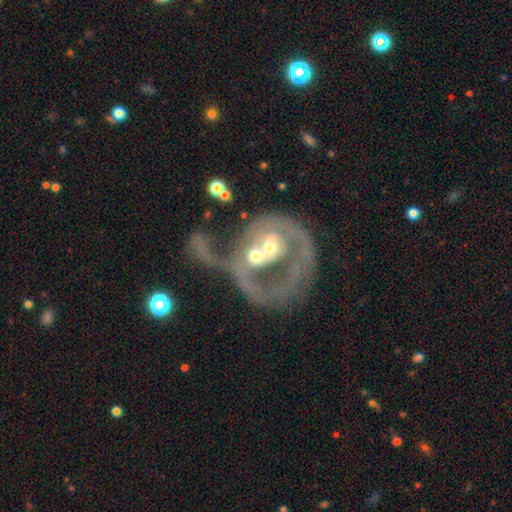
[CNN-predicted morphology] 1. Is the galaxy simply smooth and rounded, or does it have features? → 79% featured or disk, 14% smooth, 7% star or artifact.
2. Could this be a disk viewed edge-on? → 97% no, 3% yes.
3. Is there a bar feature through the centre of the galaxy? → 67% no, 24% weak, 9% strong.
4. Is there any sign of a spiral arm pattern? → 69% yes, 31% no.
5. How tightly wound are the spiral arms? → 37% medium, 36% loose, 27% tight.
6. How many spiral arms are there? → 45% 2, 27% 1, 19% can't tell, 5% 3, 2% 4, 2% more than 4.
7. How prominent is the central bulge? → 64% moderate, 22% small, 9% large, 3% none, 2% dominant.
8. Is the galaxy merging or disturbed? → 58% merger, 20% major disturbance, 14% none, 8% minor disturbance.